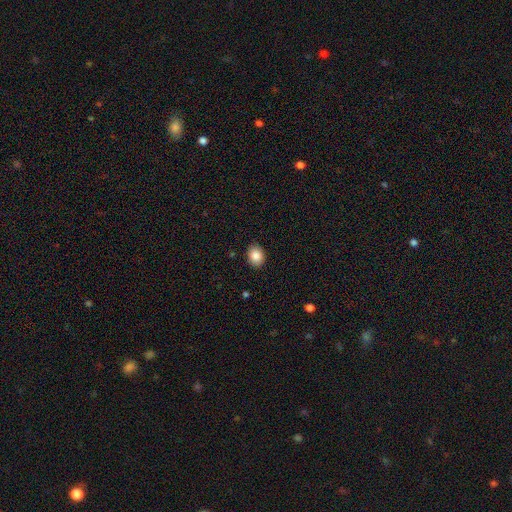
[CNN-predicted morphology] Smooth or featured: smooth — 87% (star or artifact — 8%)
How rounded: in between — 57% (round — 42%)
Merging: none — 89% (minor disturbance — 8%)